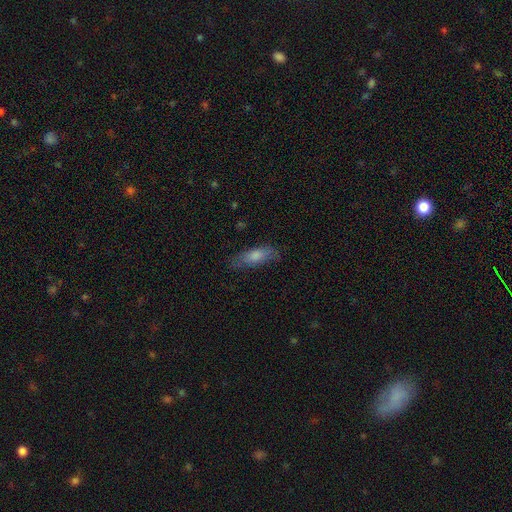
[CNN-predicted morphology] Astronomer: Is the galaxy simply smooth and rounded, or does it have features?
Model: smooth — 77%.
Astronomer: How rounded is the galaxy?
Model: in between — 61% (runner-up: cigar-shaped, 37%).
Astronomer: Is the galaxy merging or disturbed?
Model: none — 73%.